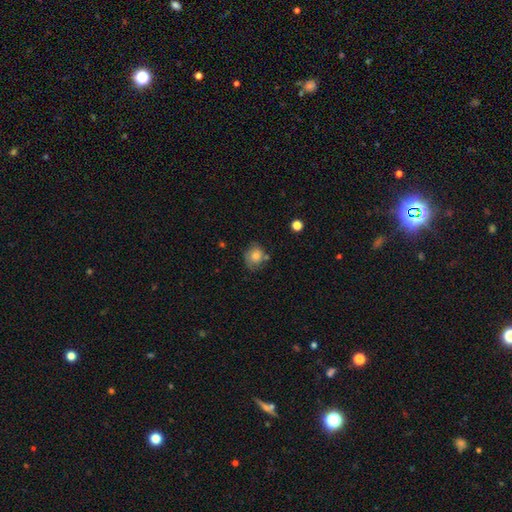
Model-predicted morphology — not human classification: Overall: smooth (71%). How rounded: round (68%; in between 31%). Merging: none (61%; minor disturbance 25%).